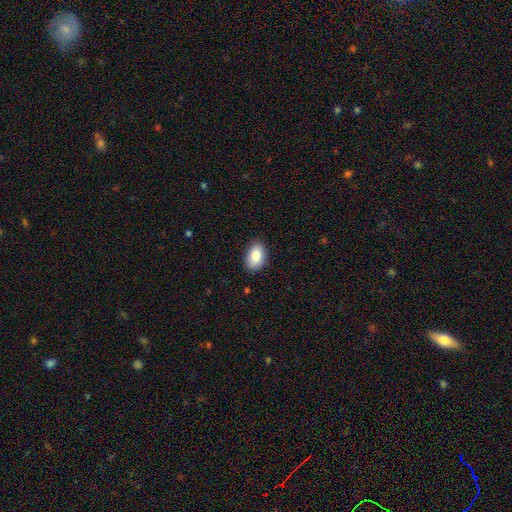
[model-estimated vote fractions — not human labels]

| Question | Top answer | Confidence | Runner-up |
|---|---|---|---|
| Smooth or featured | smooth | 87% | star or artifact (7%) |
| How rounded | in between | 90% | round (9%) |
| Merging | none | 87% | minor disturbance (10%) |